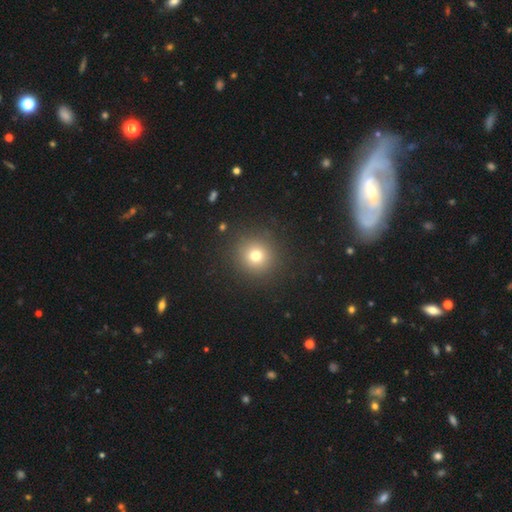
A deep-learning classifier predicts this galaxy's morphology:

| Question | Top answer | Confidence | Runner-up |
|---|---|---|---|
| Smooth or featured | smooth | 73% | star or artifact (17%) |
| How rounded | round | 93% | in between (7%) |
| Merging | none | 90% | minor disturbance (6%) |